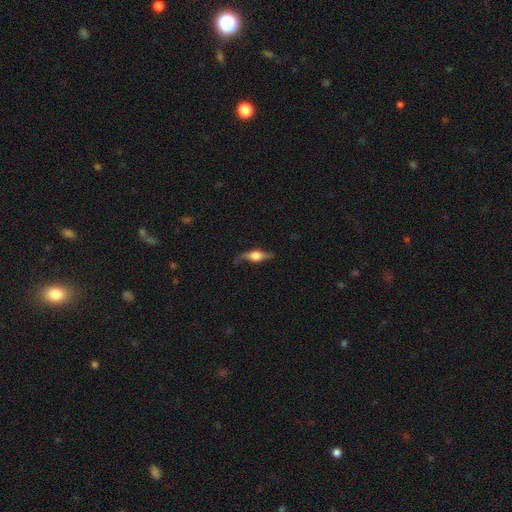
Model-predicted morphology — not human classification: The model was most divided on "smooth or featured": featured or disk: 65%, smooth: 28%, star or artifact: 6%. More confident: edge-on bulge — rounded (91%); edge-on disk — yes (88%); merging — none (69%).